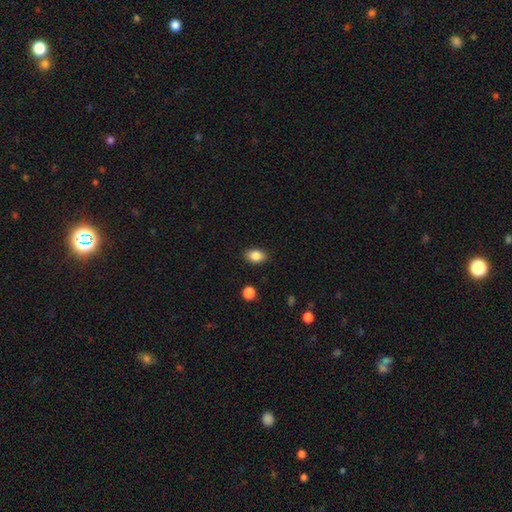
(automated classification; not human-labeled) smooth-or-featured: smooth: 86% | star or artifact: 9% | featured or disk: 6%
  how-rounded: in between: 84% | round: 14% | cigar-shaped: 2%
  merging: none: 88% | minor disturbance: 9% | major disturbance: 2% | merger: 1%